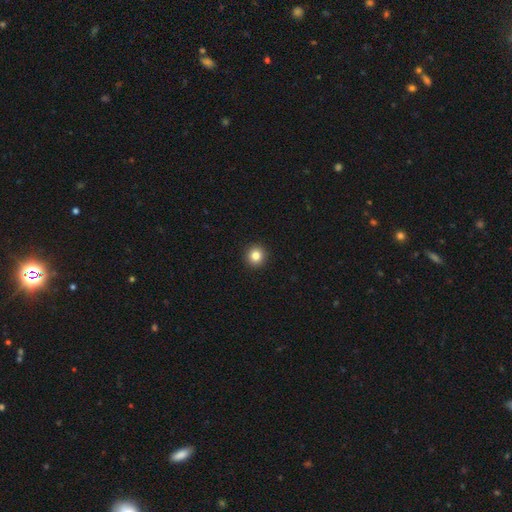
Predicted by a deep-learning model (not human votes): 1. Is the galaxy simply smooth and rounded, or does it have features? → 83% smooth, 11% star or artifact, 5% featured or disk.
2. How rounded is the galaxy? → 94% round, 5% in between, 1% cigar-shaped.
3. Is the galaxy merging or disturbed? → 94% none, 4% minor disturbance, 1% major disturbance, 1% merger.